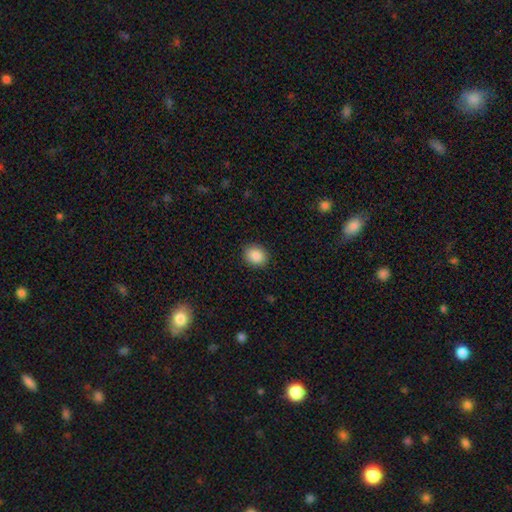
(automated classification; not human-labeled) Smooth or featured: smooth — 89% (star or artifact — 8%)
How rounded: round — 58% (in between — 41%)
Merging: none — 90% (minor disturbance — 7%)